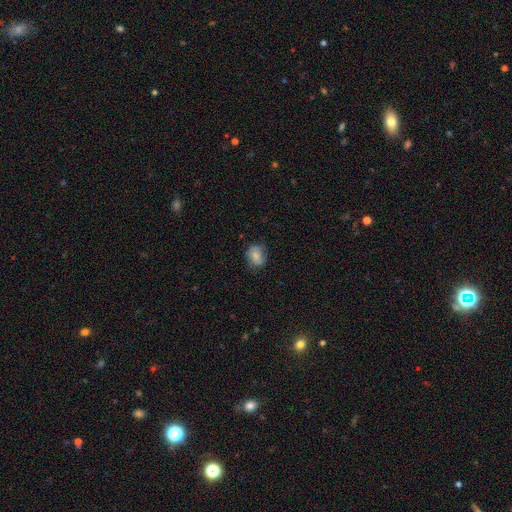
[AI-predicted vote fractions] smooth-or-featured: smooth: 72% | featured or disk: 19% | star or artifact: 9%
  how-rounded: round: 51% | in between: 48% | cigar-shaped: 1%
  merging: none: 65% | minor disturbance: 25% | major disturbance: 8% | merger: 1%